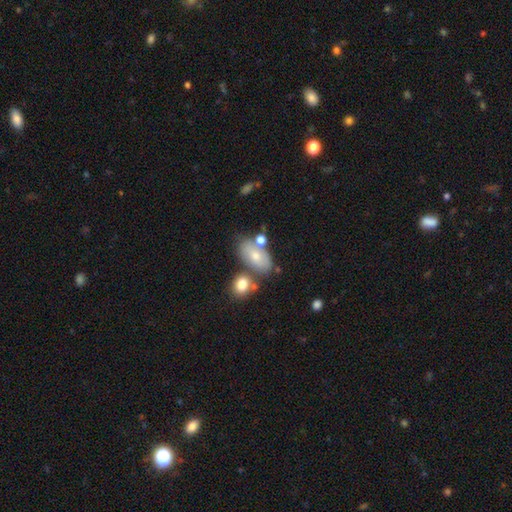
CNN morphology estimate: Smooth or featured? smooth (65%)
How rounded? in between (89%)
Merging? none (54%)